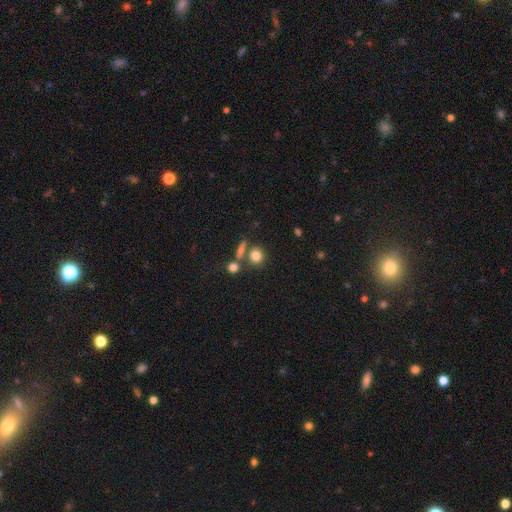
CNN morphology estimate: This appears to be a smooth galaxy with no disk features (79%) that is round (80%). Merging: none (63%).